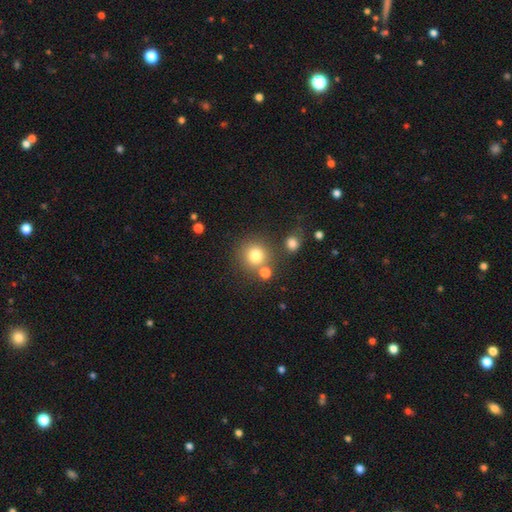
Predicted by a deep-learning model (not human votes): Overall: smooth (78%). How rounded: round (91%). Merging: none (72%).